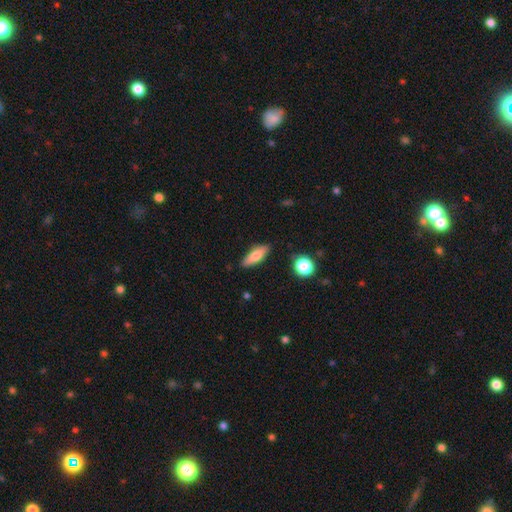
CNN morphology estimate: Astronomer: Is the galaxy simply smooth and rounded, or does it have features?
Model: smooth — 71%.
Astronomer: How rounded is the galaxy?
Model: in between — 55% (runner-up: cigar-shaped, 42%).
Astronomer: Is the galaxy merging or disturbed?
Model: none — 85%.